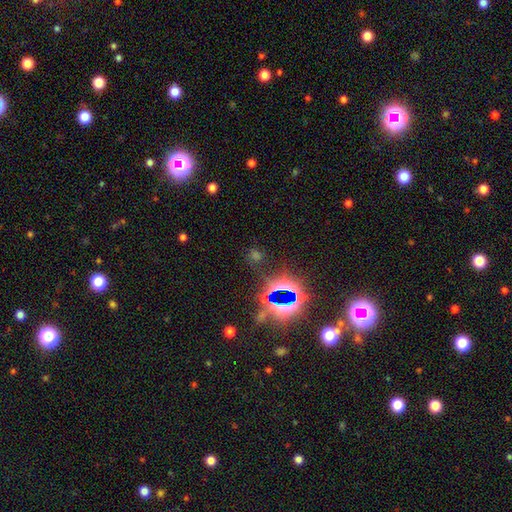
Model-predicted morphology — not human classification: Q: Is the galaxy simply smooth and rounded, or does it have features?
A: star or artifact — 67%.